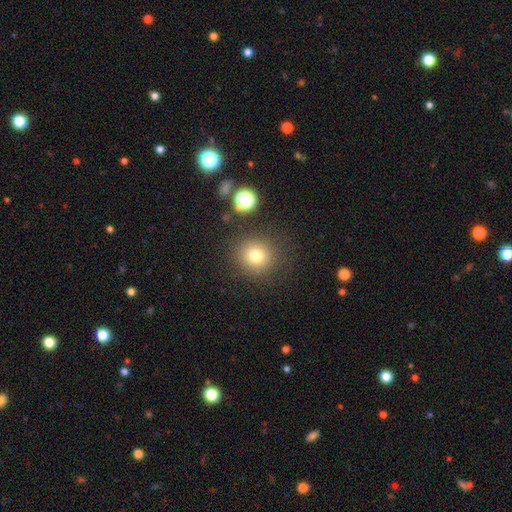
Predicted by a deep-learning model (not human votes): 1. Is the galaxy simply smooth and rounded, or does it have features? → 76% smooth, 15% star or artifact, 9% featured or disk.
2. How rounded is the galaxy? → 89% round, 10% in between, 1% cigar-shaped.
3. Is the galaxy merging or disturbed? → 84% none, 9% minor disturbance, 4% major disturbance, 3% merger.